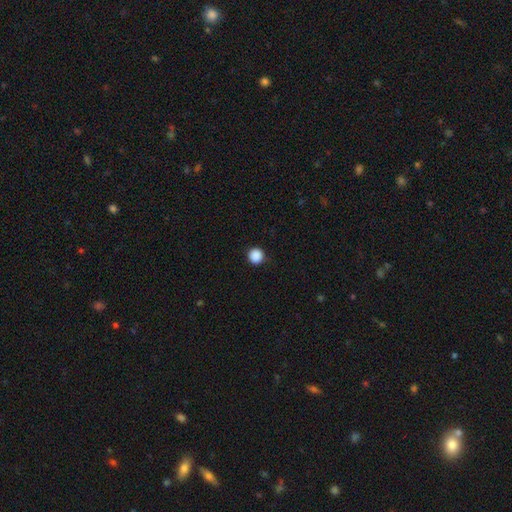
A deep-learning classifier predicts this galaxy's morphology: Smooth or featured?
  - smooth: 88% *
  - star or artifact: 10%
  - featured or disk: 2%
How rounded?
  - round: 95% *
  - in between: 4%
  - cigar-shaped: 1%
Merging?
  - none: 92% *
  - minor disturbance: 5%
  - major disturbance: 2%
  - merger: 1%